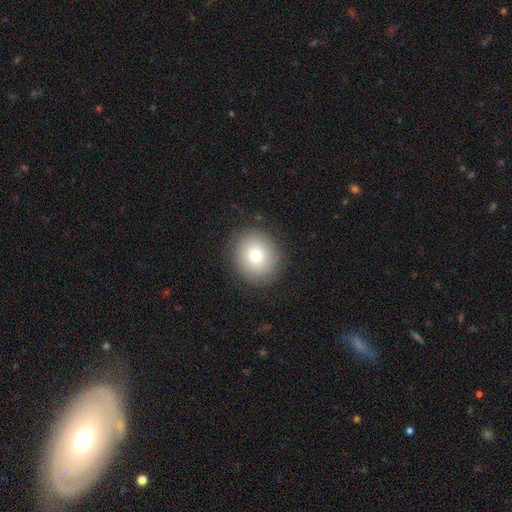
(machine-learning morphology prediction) A smooth galaxy with no disk features (76%) that is round (79%).

Vote fractions:
- Smooth or featured? smooth: 76% / featured or disk: 13% / star or artifact: 11%
- How rounded? round: 79% / in between: 20% / cigar-shaped: 1%
- Merging? none: 87% / minor disturbance: 8% / major disturbance: 3% / merger: 1%